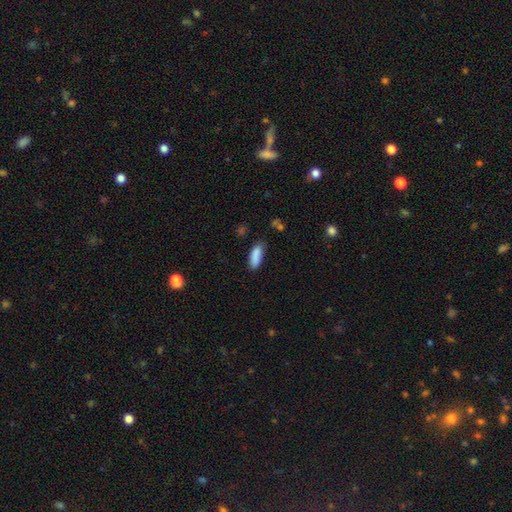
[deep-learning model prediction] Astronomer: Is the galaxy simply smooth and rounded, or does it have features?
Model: smooth — 88%.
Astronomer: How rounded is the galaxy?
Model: in between — 70%.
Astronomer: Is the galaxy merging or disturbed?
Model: none — 74%.